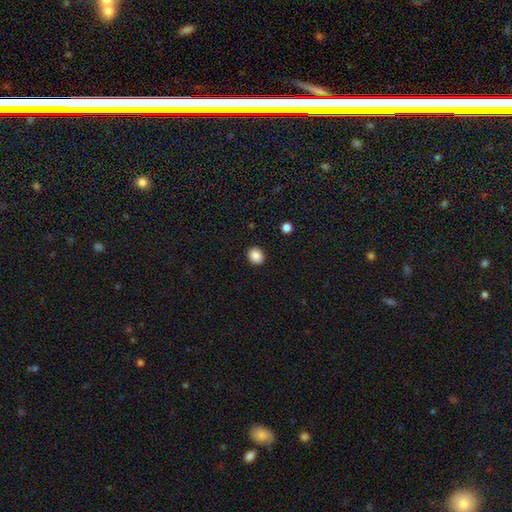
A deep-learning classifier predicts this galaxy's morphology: smooth-or-featured: smooth: 88% | star or artifact: 9% | featured or disk: 3%
  how-rounded: round: 67% | in between: 32% | cigar-shaped: 1%
  merging: none: 91% | minor disturbance: 6% | major disturbance: 2% | merger: 1%